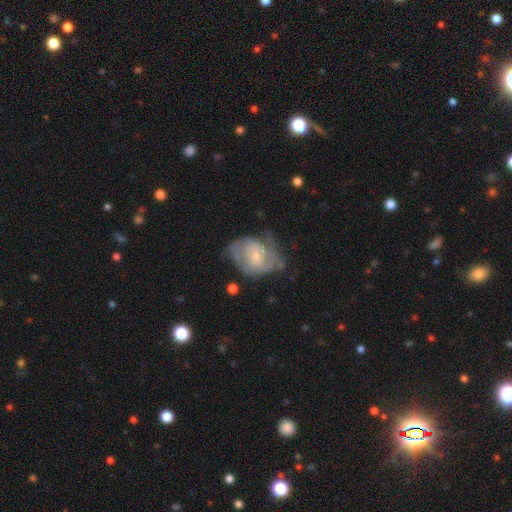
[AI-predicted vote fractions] This appears to be a featured or disk galaxy (65%) with no bar (65%), spiral arms (75%) and a small central bulge (63%). Merging: none (44%).